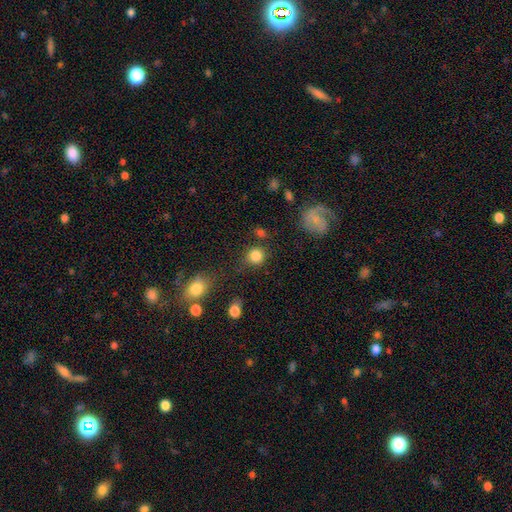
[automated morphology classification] Overall: smooth (84%). How rounded: round (87%). Merging: none (77%).